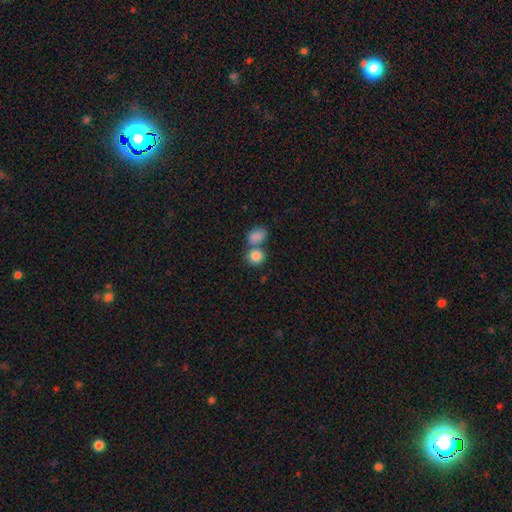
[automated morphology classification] This appears to be a smooth galaxy with no disk features (85%) that is round (74%). Merging: none (44%, tied with merger).